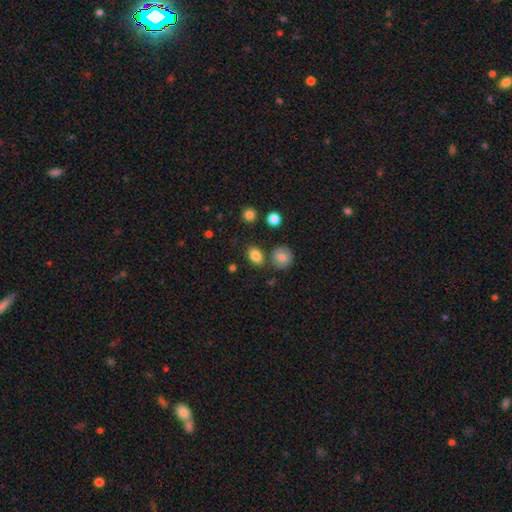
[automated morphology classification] Smooth or featured? smooth (83%)
How rounded? in between (72%)
Merging? none (77%)